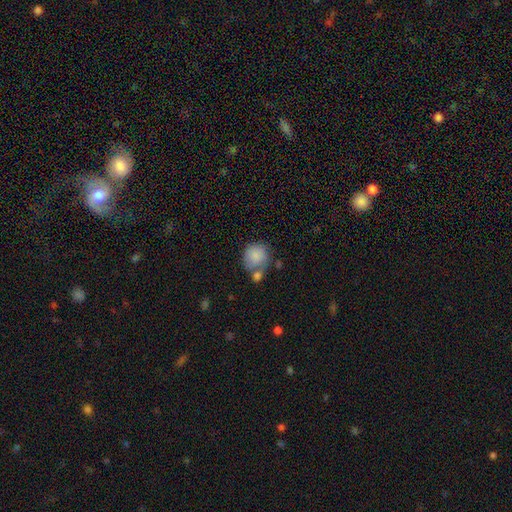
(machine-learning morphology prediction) Smooth or featured?
  - smooth: 84% *
  - featured or disk: 9%
  - star or artifact: 8%
How rounded?
  - round: 79% *
  - in between: 20%
  - cigar-shaped: 1%
Merging?
  - none: 46% *
  - merger: 30%
  - minor disturbance: 17%
  - major disturbance: 7%